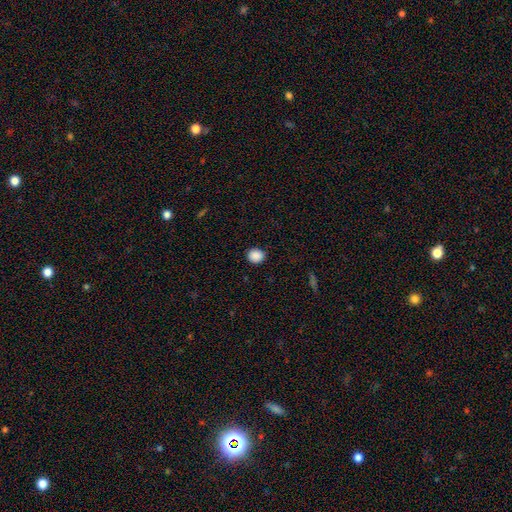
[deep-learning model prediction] Overall: smooth (89%). How rounded: round (80%). Merging: none (90%).